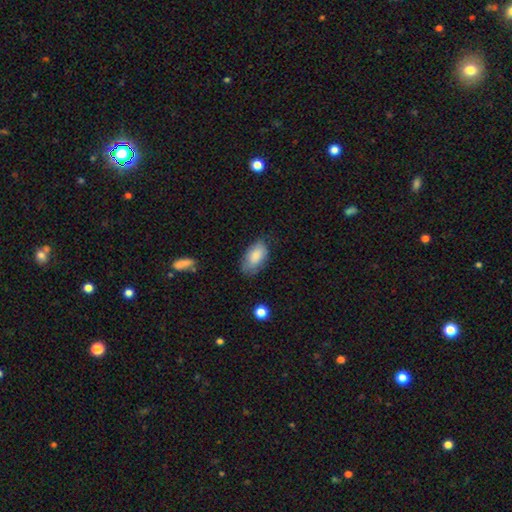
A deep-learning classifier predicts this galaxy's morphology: Overall: smooth (82%). How rounded: in between (94%). Merging: none (64%; minor disturbance 27%).